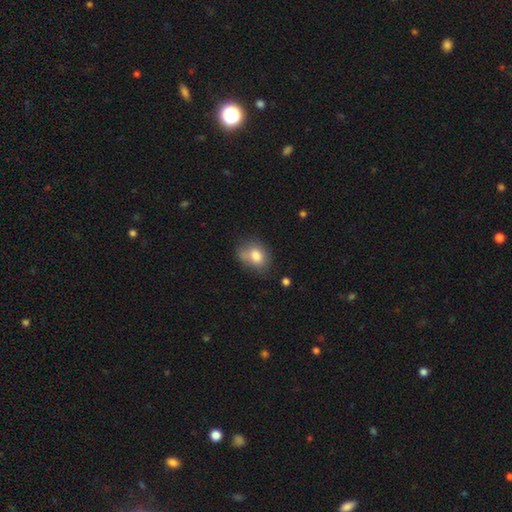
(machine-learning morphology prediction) This appears to be a smooth galaxy with no disk features (78%) that is in between round and cigar-shaped (68%). Merging: none (50%).